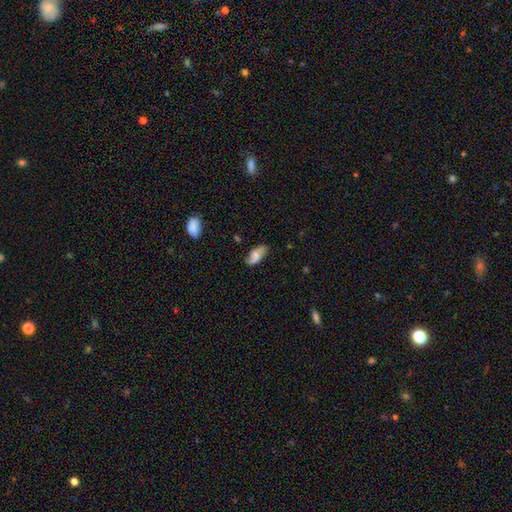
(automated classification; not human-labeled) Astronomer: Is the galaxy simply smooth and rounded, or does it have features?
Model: smooth — 51% (runner-up: featured or disk, 41%).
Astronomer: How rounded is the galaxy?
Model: in between — 89%.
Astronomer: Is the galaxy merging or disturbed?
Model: none — 66%.